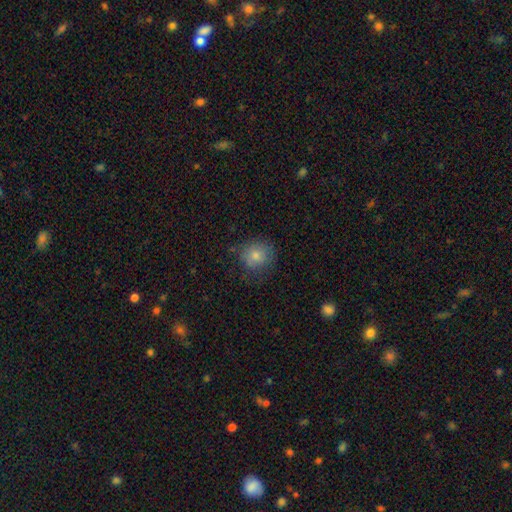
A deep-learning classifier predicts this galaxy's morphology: Smooth or featured?
  - smooth: 79% *
  - featured or disk: 11%
  - star or artifact: 10%
How rounded?
  - round: 80% *
  - in between: 19%
  - cigar-shaped: 1%
Merging?
  - none: 71% *
  - minor disturbance: 20%
  - major disturbance: 7%
  - merger: 2%